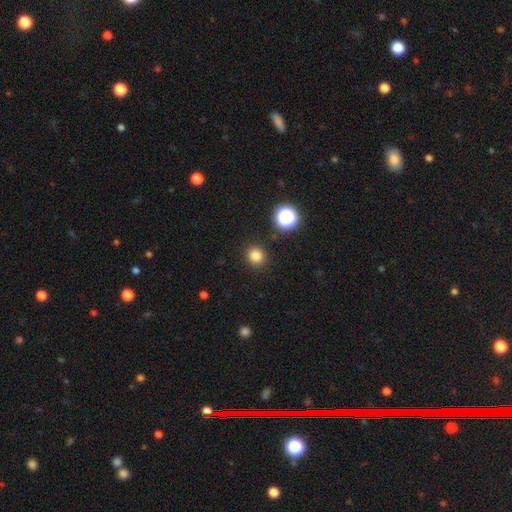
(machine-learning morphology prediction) type=smooth (81%); roundness=round (90%); merging=none (91%).